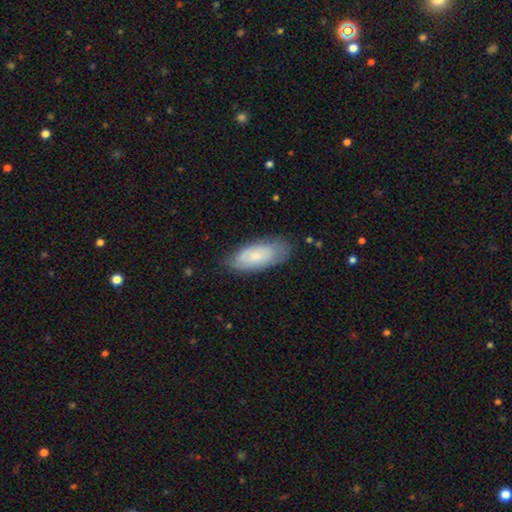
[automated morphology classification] A smooth galaxy with no disk features (65%) that is in between round and cigar-shaped (85%).

Vote fractions:
- Smooth or featured? smooth: 65% / featured or disk: 29% / star or artifact: 6%
- How rounded? in between: 85% / cigar-shaped: 13% / round: 2%
- Merging? none: 70% / minor disturbance: 23% / major disturbance: 5% / merger: 1%